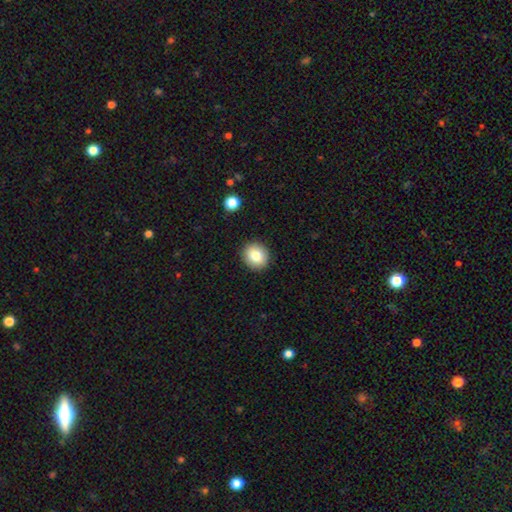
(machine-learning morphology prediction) Smooth or featured?
  - smooth: 81% *
  - star or artifact: 10%
  - featured or disk: 9%
How rounded?
  - round: 83% *
  - in between: 16%
  - cigar-shaped: 1%
Merging?
  - none: 91% *
  - minor disturbance: 6%
  - major disturbance: 2%
  - merger: 1%